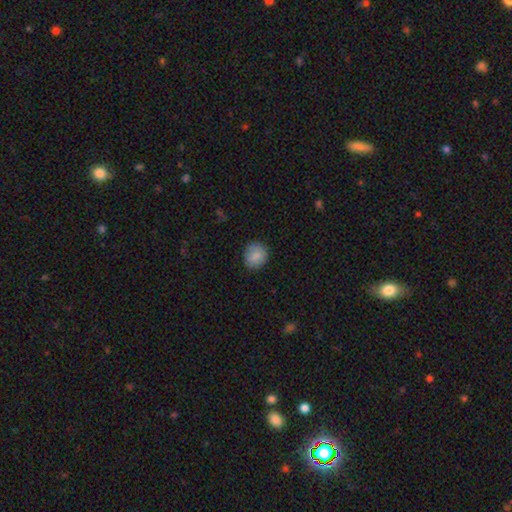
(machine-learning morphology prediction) smooth 86%, star or artifact 8%, featured or disk 7%. Down the decision tree: how rounded — round (84%); merging — none (86%).